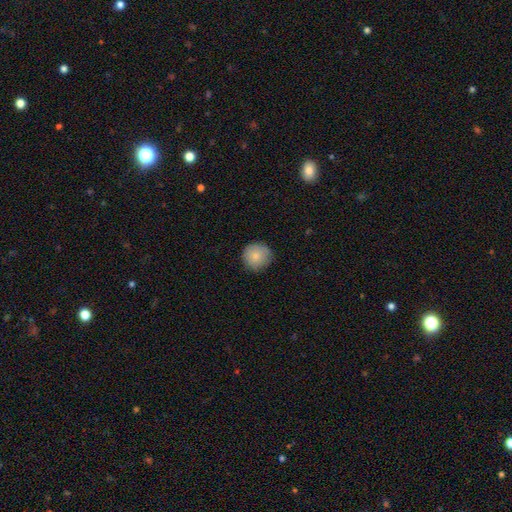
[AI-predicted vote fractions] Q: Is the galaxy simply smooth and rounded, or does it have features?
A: smooth — 82%.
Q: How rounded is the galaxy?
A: round — 93%.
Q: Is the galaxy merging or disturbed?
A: none — 81%.